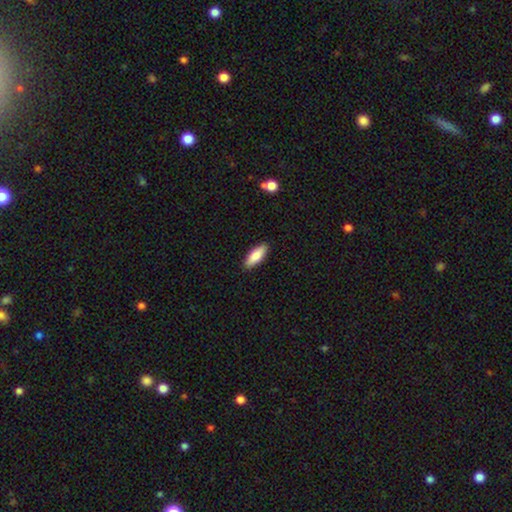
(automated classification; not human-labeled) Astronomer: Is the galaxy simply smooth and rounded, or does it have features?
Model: smooth — 82%.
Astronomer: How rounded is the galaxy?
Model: in between — 69%.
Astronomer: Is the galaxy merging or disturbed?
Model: none — 89%.